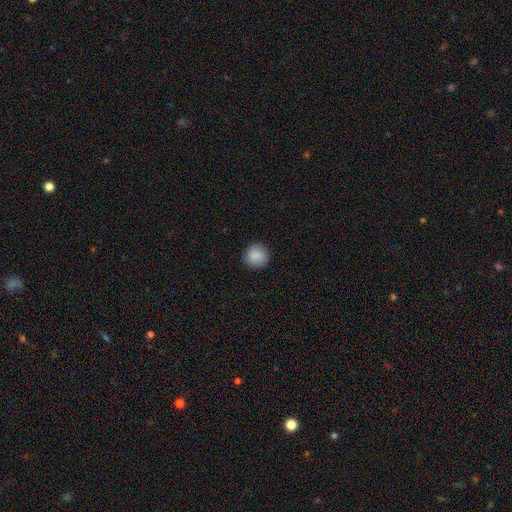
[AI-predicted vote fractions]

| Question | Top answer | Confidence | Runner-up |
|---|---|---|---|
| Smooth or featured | smooth | 88% | star or artifact (8%) |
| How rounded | round | 92% | in between (7%) |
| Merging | none | 89% | minor disturbance (8%) |